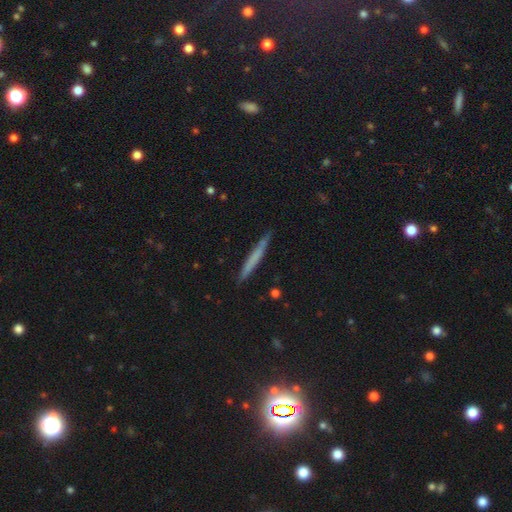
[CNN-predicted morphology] Smooth or featured: smooth — 62% (featured or disk — 32%)
How rounded: cigar-shaped — 96% (in between — 2%)
Merging: none — 87% (minor disturbance — 10%)